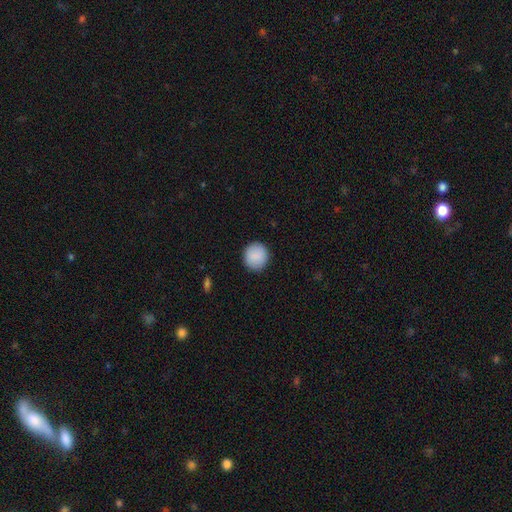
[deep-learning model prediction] A smooth galaxy with no disk features (89%) that is round (90%). Merging: none (90%).